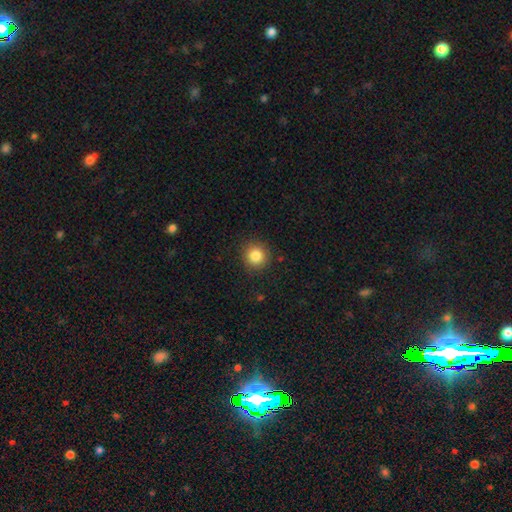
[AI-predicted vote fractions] A smooth galaxy with no disk features (84%) that is round (92%). Merging: none (88%).